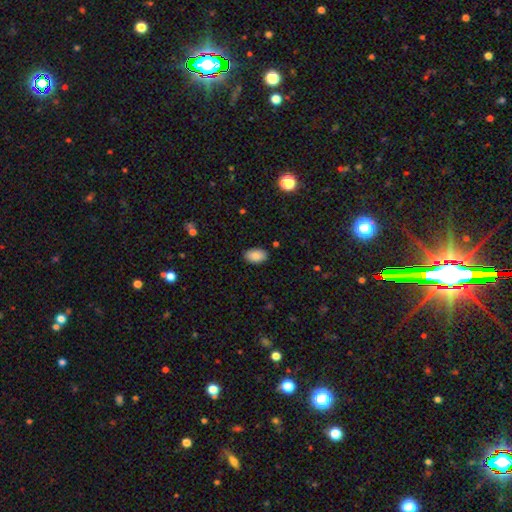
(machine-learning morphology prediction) Q: Smooth or featured?
A: smooth (87%); runner-up: star or artifact (7%)
Q: How rounded?
A: in between (91%); runner-up: round (7%)
Q: Merging?
A: none (87%); runner-up: minor disturbance (9%)